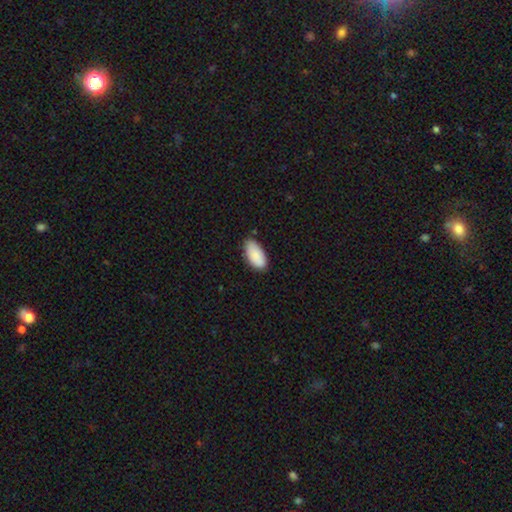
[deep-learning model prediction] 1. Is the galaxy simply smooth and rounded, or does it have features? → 87% smooth, 7% featured or disk, 6% star or artifact.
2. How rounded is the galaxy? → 94% in between, 4% cigar-shaped, 2% round.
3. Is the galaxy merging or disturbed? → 74% none, 21% minor disturbance, 3% major disturbance, 2% merger.